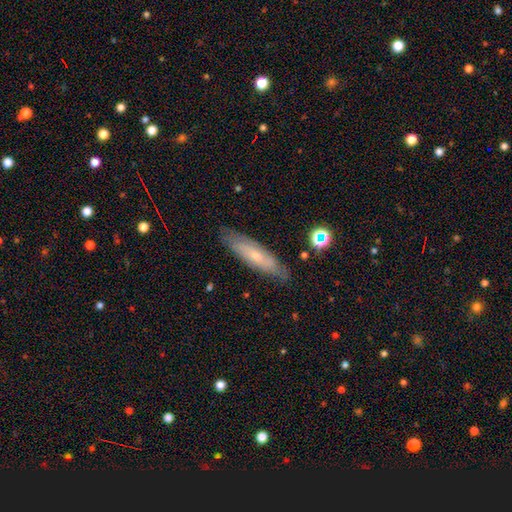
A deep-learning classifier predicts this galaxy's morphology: This is possibly a featured or disk galaxy (48%). Merging: clearly none (81%).